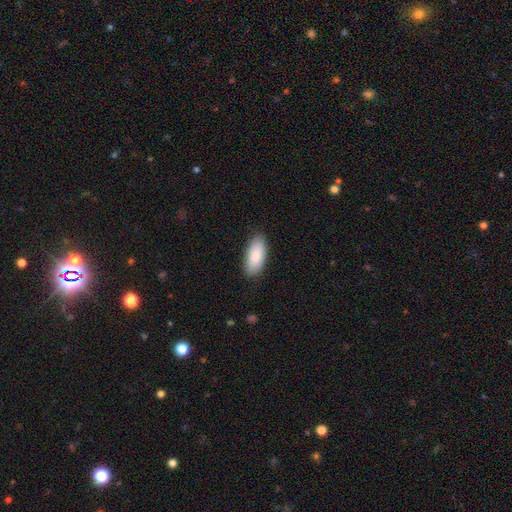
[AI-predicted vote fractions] smooth 85%, featured or disk 10%, star or artifact 6%. Down the decision tree: how rounded — in between (89%); merging — none (86%).